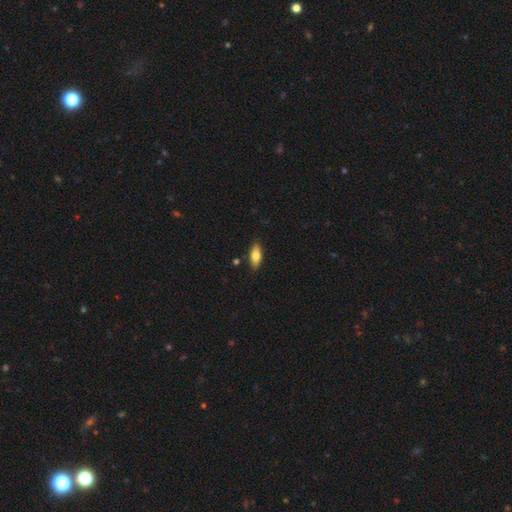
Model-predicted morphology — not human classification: A smooth galaxy with no disk features (75%) that is in between round and cigar-shaped (81%). Merging: none (86%).